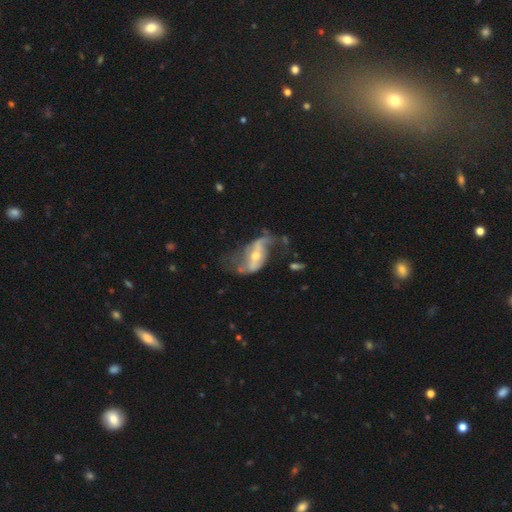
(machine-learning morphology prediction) This is likely a featured or disk galaxy (79%). It is clearly not viewed edge-on (93%). Bar: marginally strong (39%). Spiral arm pattern: likely yes (79%). Spiral arm count: clearly 2 (82%). Spiral winding: likely loose (72%). Central bulge: possibly moderate (56%). Merging: marginally none (38%).